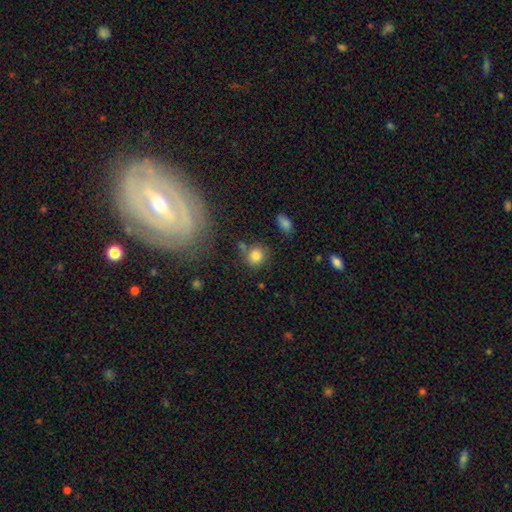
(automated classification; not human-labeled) smooth-or-featured: smooth: 82% | star or artifact: 11% | featured or disk: 7%
  how-rounded: round: 86% | in between: 13% | cigar-shaped: 1%
  merging: none: 71% | minor disturbance: 14% | merger: 9% | major disturbance: 5%